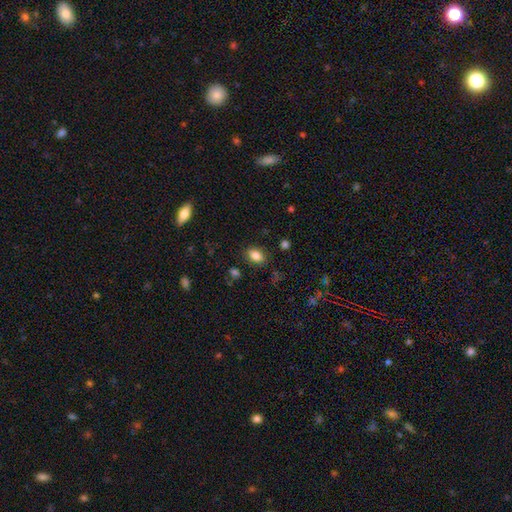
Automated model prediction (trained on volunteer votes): Smooth or featured? Predicted: smooth (p=0.83). How rounded? Predicted: in between (p=0.79). Merging? Predicted: none (p=0.84).